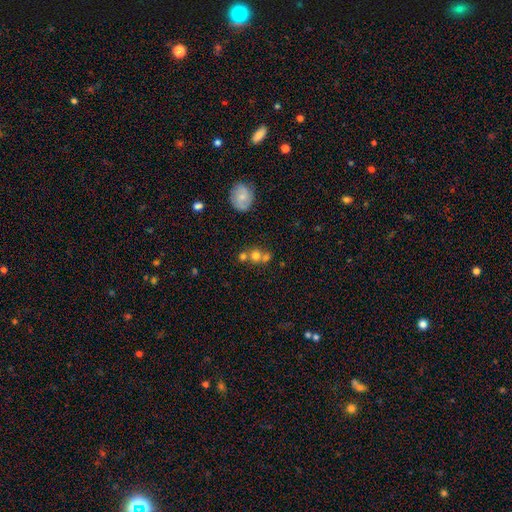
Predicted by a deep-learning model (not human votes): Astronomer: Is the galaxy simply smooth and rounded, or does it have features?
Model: smooth — 69%.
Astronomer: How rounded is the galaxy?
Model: round — 81%.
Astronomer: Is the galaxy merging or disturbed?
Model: merger — 49% (runner-up: none, 40%).